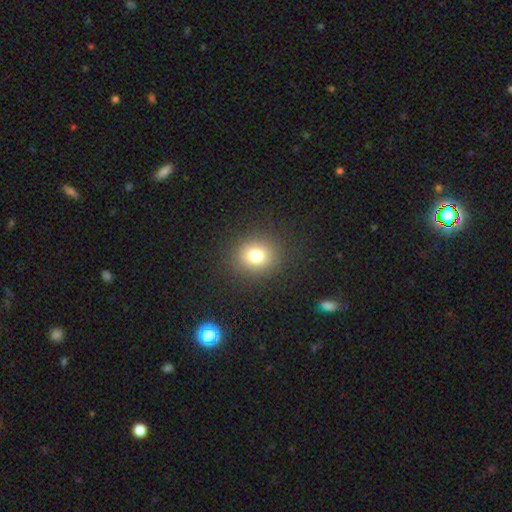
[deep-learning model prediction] A smooth galaxy with no disk features (78%) that is round (79%).

Vote fractions:
- Smooth or featured? smooth: 78% / star or artifact: 14% / featured or disk: 8%
- How rounded? round: 79% / in between: 20% / cigar-shaped: 1%
- Merging? none: 89% / minor disturbance: 7% / major disturbance: 3% / merger: 1%